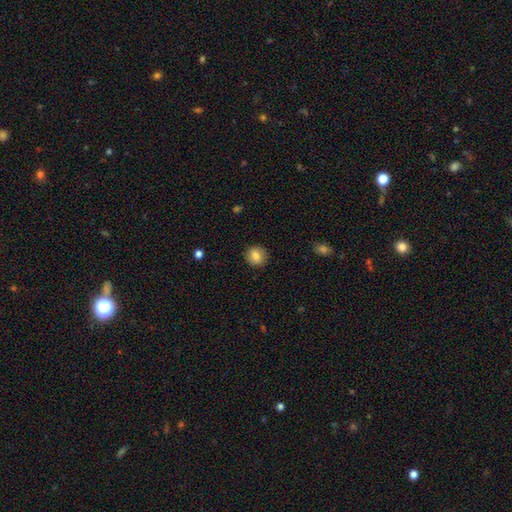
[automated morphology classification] type=smooth (83%); roundness=round (89%); merging=none (90%).